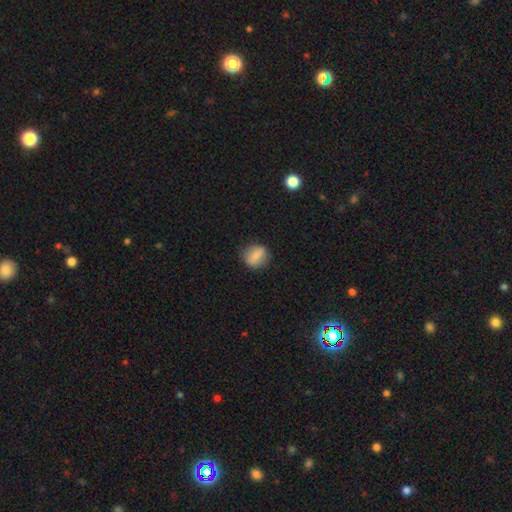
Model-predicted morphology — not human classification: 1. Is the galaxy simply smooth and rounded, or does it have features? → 72% smooth, 19% featured or disk, 8% star or artifact.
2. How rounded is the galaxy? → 68% round, 29% in between, 2% cigar-shaped.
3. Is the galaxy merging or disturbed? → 84% none, 12% minor disturbance, 3% major disturbance, 1% merger.